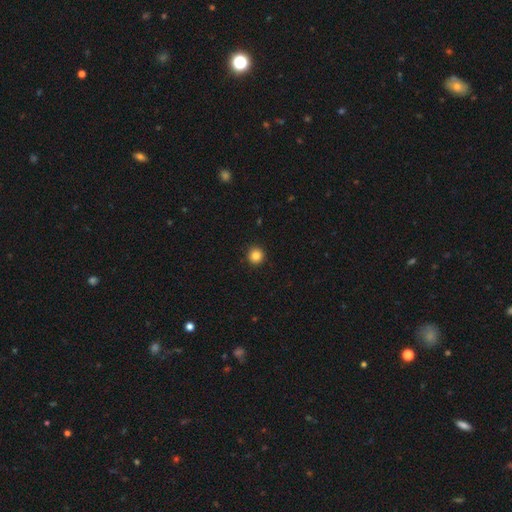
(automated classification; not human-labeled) This appears to be a smooth galaxy with no disk features (85%) that is round (95%). Merging: none (93%).